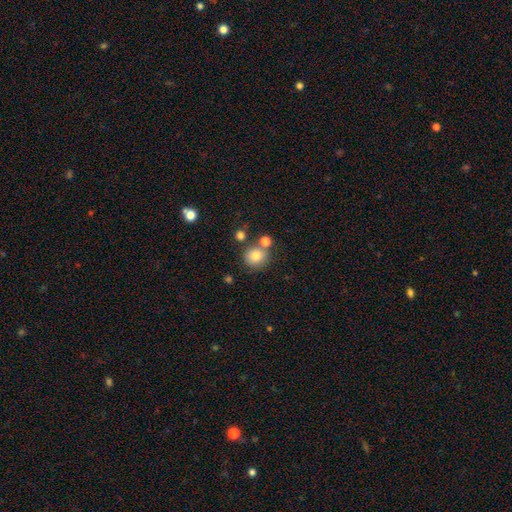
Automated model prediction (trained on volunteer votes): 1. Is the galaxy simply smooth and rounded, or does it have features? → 81% smooth, 11% star or artifact, 8% featured or disk.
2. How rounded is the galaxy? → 87% round, 12% in between, 1% cigar-shaped.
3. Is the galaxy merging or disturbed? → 70% none, 17% merger, 10% minor disturbance, 4% major disturbance.